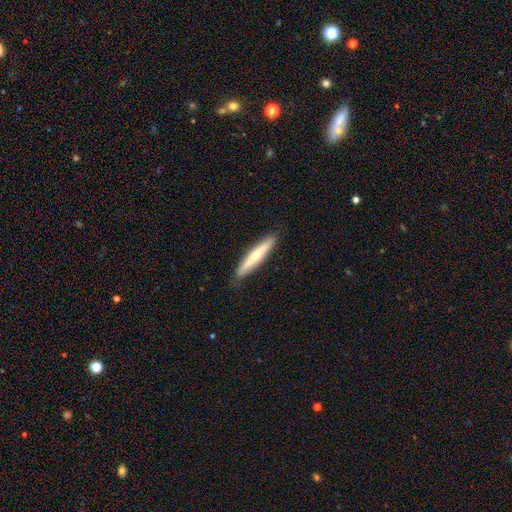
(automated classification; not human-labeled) This appears to be a smooth galaxy with no disk features (49%). Merging: none (88%).